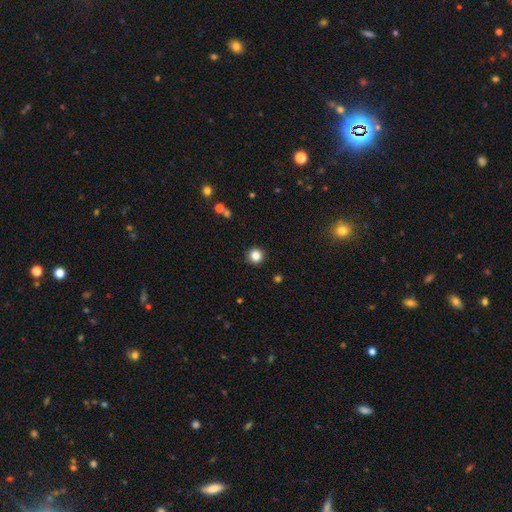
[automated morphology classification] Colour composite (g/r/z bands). It shows a smooth galaxy with no disk features (84%) that is round (95%). Merging: none (92%).